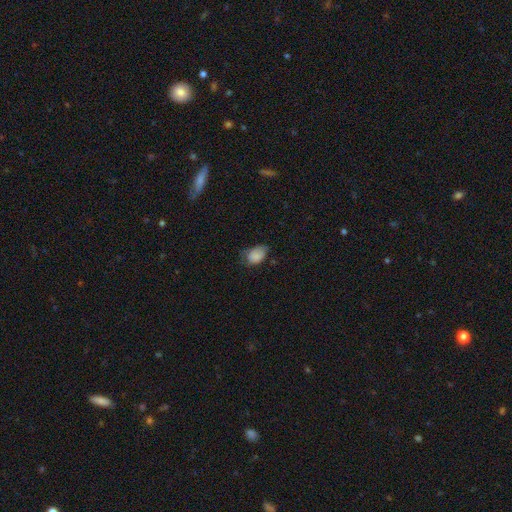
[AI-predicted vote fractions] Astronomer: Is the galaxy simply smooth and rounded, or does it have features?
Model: smooth — 81%.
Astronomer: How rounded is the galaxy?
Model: in between — 82%.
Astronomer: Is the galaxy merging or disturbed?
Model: none — 40%, tied with minor disturbance at 40%.